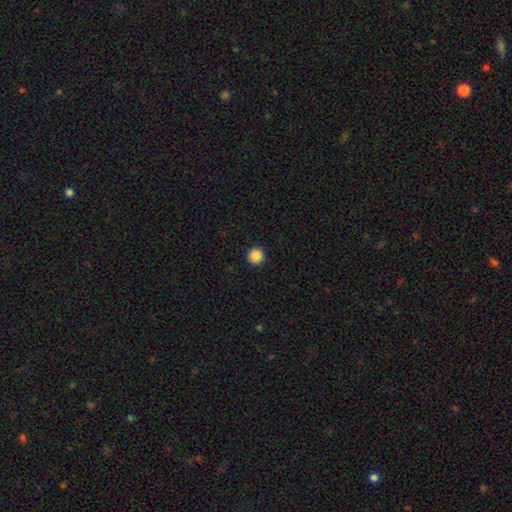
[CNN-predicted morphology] smooth_or_featured: smooth (p=0.88) [alt: star or artifact p=0.10]
how_rounded: round (p=0.96) [alt: in between p=0.03]
merging: none (p=0.94) [alt: minor disturbance p=0.04]